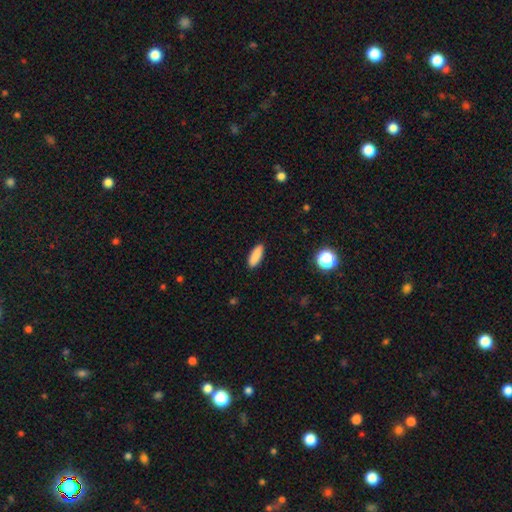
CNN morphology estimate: Smooth or featured? smooth (88%)
How rounded? in between (53%)
Merging? none (90%)